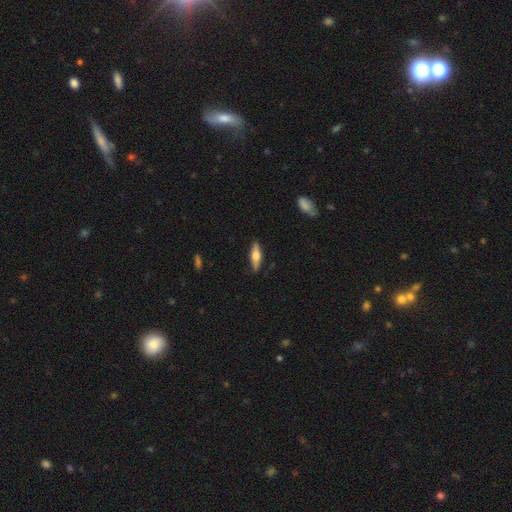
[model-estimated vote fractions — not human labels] Q: Smooth or featured?
A: featured or disk (52%); runner-up: smooth (42%)
Q: Edge-on disk?
A: yes (93%); runner-up: no (7%)
Q: Merging?
A: none (87%); runner-up: minor disturbance (10%)